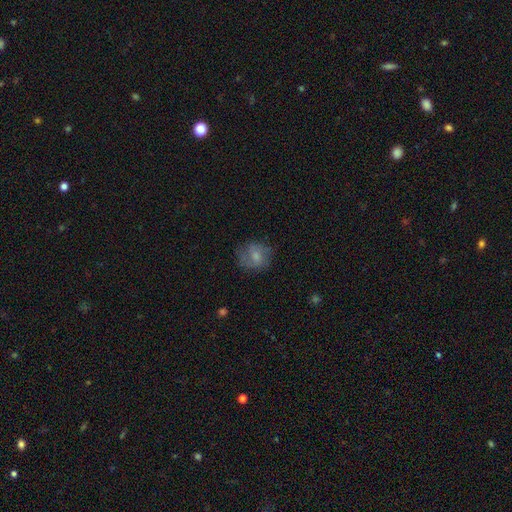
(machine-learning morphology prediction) This is possibly a smooth galaxy (57%). How rounded: likely round (72%). Merging: likely none (66%).